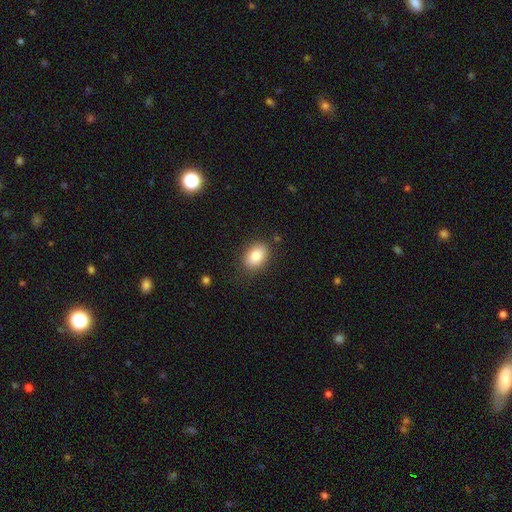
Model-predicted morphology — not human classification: smooth_or_featured: smooth (p=0.82) [alt: featured or disk p=0.10]
how_rounded: in between (p=0.80) [alt: round p=0.19]
merging: none (p=0.84) [alt: minor disturbance p=0.11]